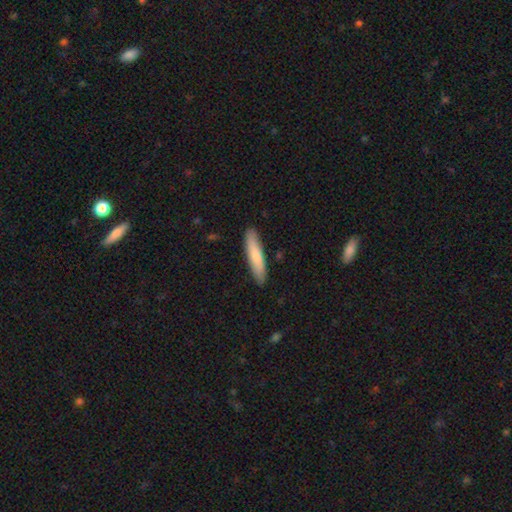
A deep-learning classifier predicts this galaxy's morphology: Overall: smooth (78%). How rounded: cigar-shaped (86%). Merging: none (89%).